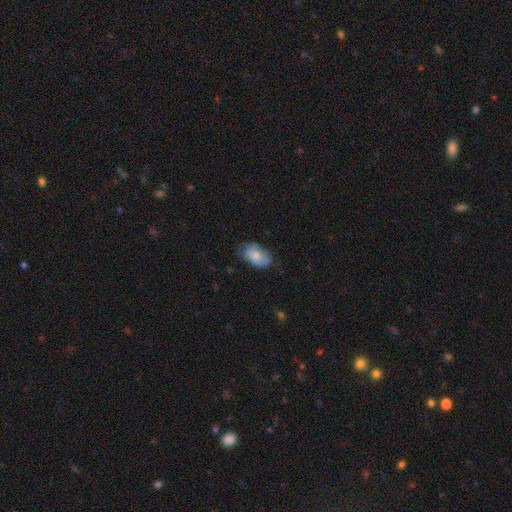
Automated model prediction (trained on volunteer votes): Overall: smooth (72%). How rounded: in between (91%). Merging: none (60%; minor disturbance 30%).